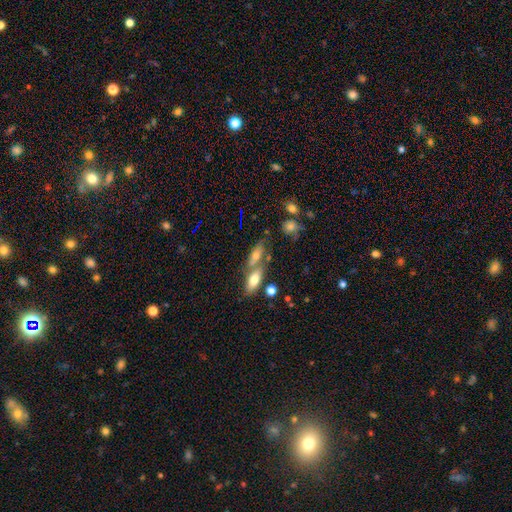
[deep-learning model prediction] smooth-or-featured: smooth: 61% | featured or disk: 28% | star or artifact: 11%
  how-rounded: in between: 64% | cigar-shaped: 31% | round: 5%
  merging: merger: 43% | none: 41% | minor disturbance: 11% | major disturbance: 5%